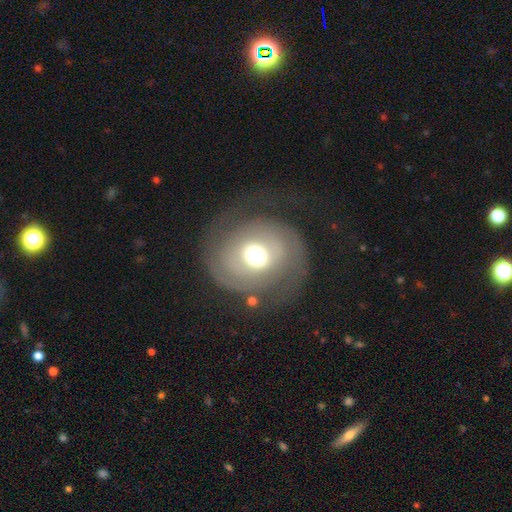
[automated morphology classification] Smooth or featured? featured or disk (73%)
Edge-on disk? no (97%)
Bar? no (63%)
Spiral arms? yes (84%)
Spiral winding? tight (51%)
Spiral arm count? 2 (66%)
Bulge size? moderate (68%)
Merging? none (65%)